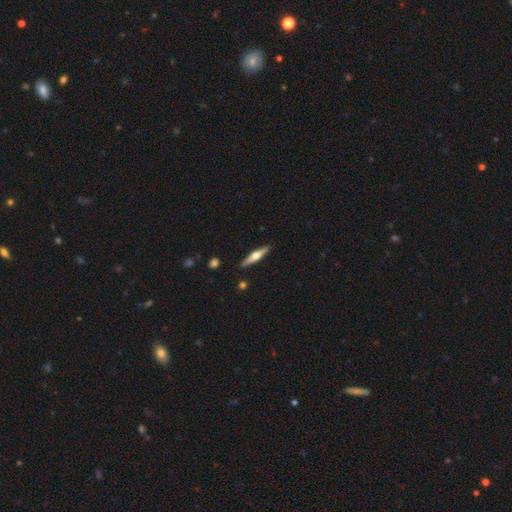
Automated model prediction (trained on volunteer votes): Morphology: type=featured or disk (59%); edge-on=yes (96%); edge-on bulge=rounded (91%); merging=none (89%).